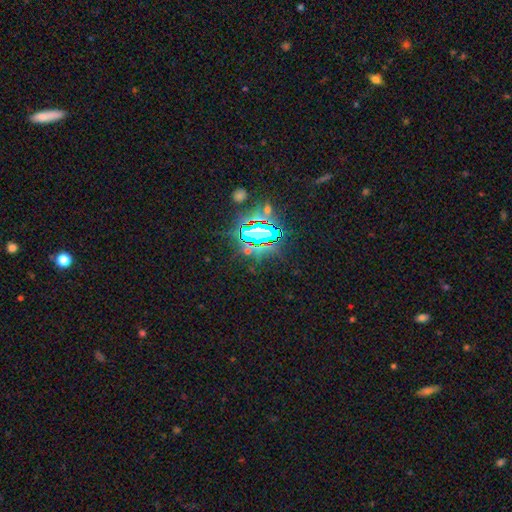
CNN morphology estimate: Overall: star or artifact (79%).